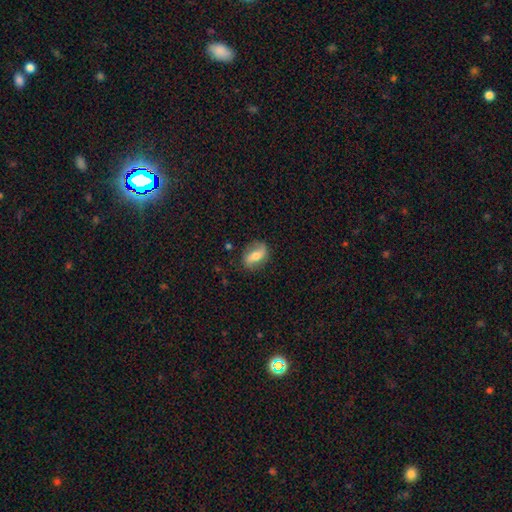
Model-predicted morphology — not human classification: Smooth or featured? Predicted: featured or disk (p=0.49). Merging? Predicted: none (p=0.78).